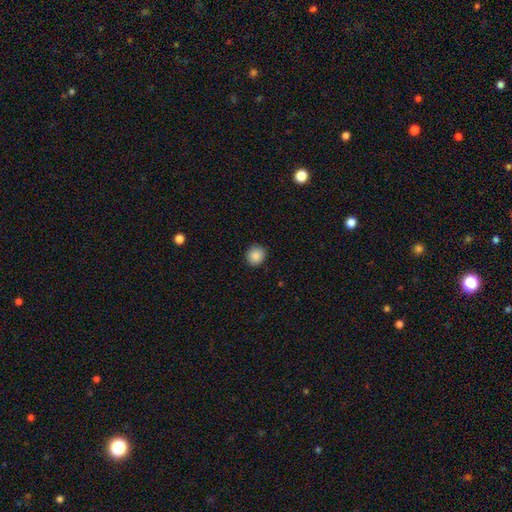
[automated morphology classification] A smooth galaxy with no disk features (88%) that is round (84%).

Vote fractions:
- Smooth or featured? smooth: 88% / star or artifact: 9% / featured or disk: 3%
- How rounded? round: 84% / in between: 15% / cigar-shaped: 1%
- Merging? none: 90% / minor disturbance: 7% / major disturbance: 2% / merger: 1%